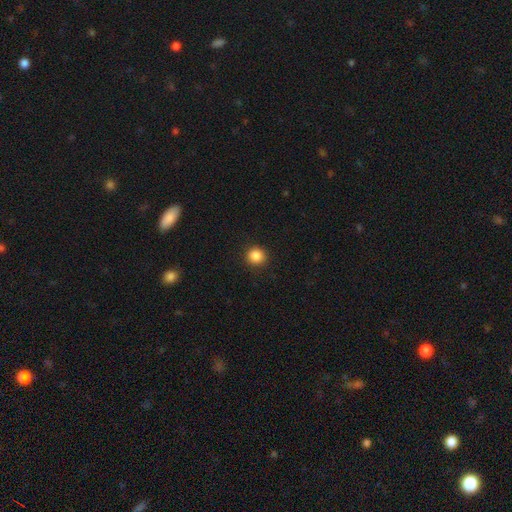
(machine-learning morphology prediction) Smooth or featured? smooth (86%)
How rounded? round (92%)
Merging? none (92%)